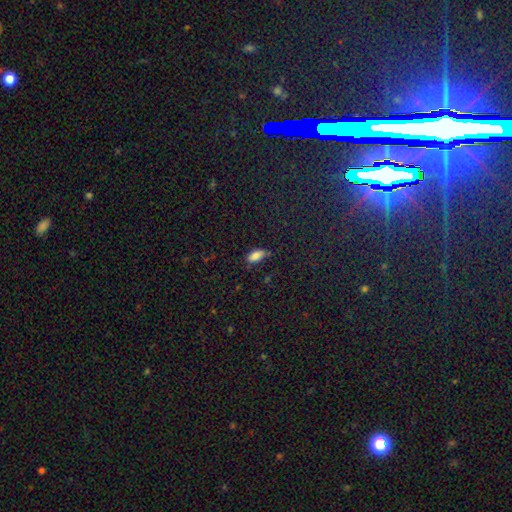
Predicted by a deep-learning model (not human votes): A smooth galaxy with no disk features (83%) that is in between round and cigar-shaped (88%). Merging: none (70%).